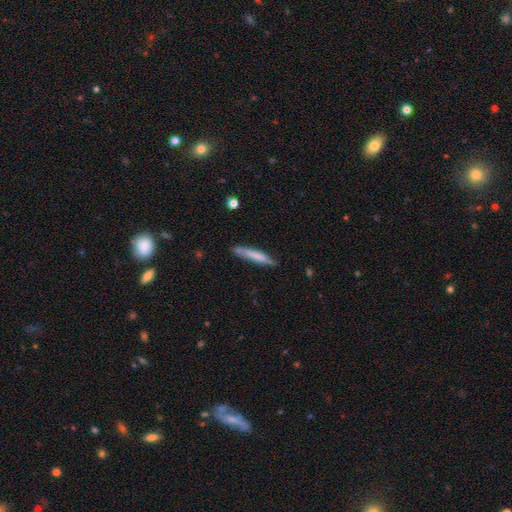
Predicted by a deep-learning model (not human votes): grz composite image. It shows a smooth galaxy with no disk features (69%) that is cigar-shaped (92%). Merging: none (76%).